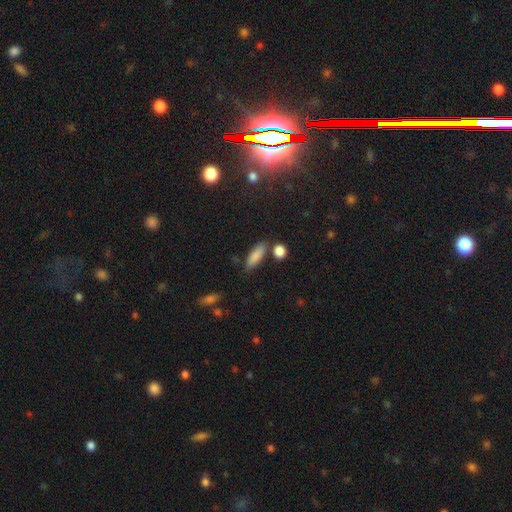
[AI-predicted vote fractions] Overall: smooth (84%). How rounded: in between (51%; cigar-shaped 45%). Merging: none (77%).